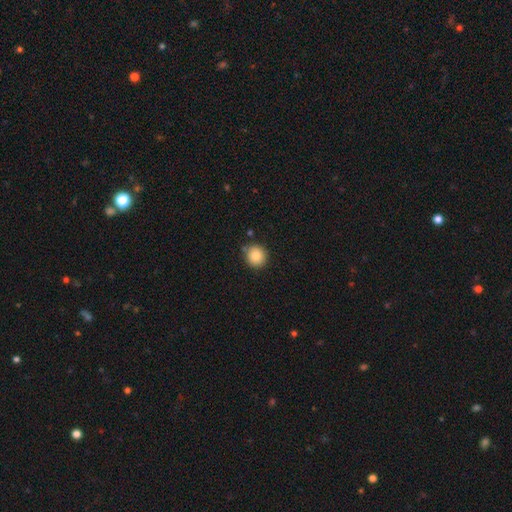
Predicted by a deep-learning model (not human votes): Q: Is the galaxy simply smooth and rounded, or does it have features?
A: smooth — 86%.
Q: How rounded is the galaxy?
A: round — 91%.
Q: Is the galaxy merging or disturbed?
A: none — 83%.